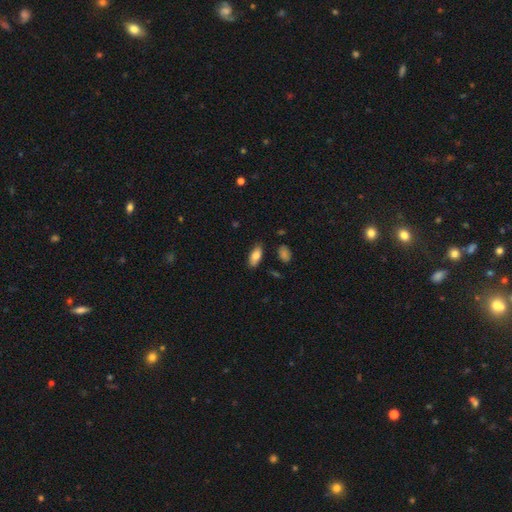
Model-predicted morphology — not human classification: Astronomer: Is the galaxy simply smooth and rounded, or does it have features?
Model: smooth — 81%.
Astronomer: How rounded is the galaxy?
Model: in between — 86%.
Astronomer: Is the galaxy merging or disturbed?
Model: none — 82%.